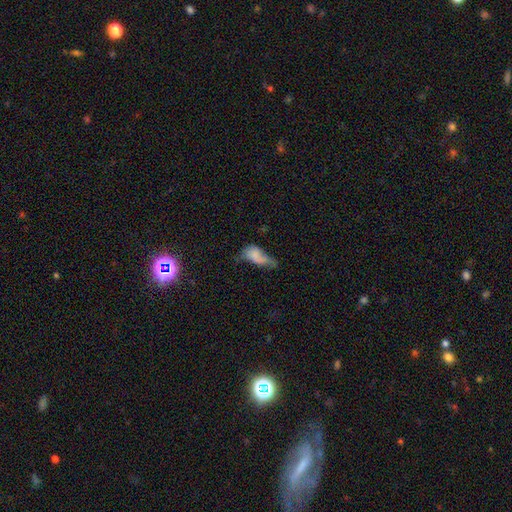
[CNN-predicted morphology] Smooth or featured? smooth (62%)
How rounded? in between (87%)
Merging? major disturbance (39%)